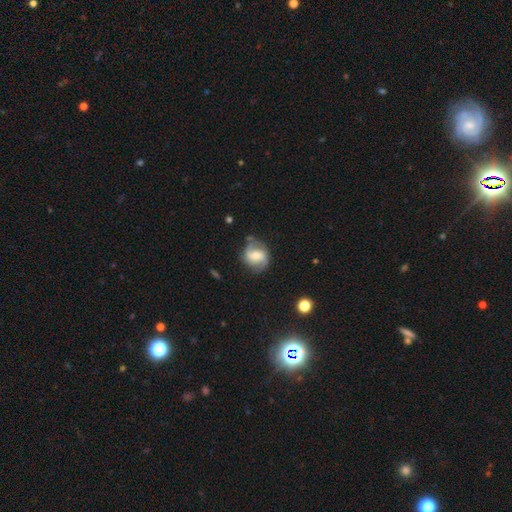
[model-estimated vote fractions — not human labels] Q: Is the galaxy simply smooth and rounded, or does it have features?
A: featured or disk — 74%.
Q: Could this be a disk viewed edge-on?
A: no — 97%.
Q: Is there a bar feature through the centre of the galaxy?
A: weak — 47%.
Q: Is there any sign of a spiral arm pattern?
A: yes — 92%.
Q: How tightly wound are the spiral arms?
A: medium — 48%.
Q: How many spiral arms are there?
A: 2 — 85%.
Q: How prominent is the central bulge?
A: moderate — 51%.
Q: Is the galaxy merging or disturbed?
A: none — 71%.